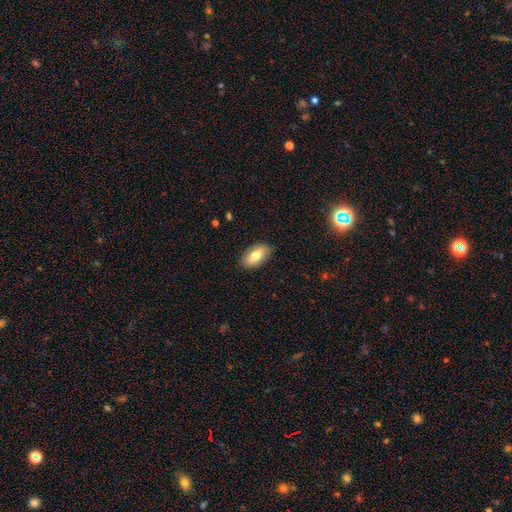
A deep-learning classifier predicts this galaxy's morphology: A smooth galaxy with no disk features (72%) that is in between round and cigar-shaped (92%). Merging: none (86%).